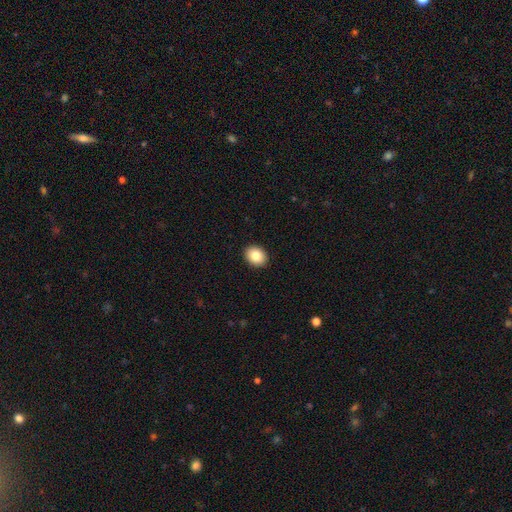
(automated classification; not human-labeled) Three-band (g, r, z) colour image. It shows a smooth galaxy with no disk features (85%) that is in between round and cigar-shaped (52%). Merging: none (92%).